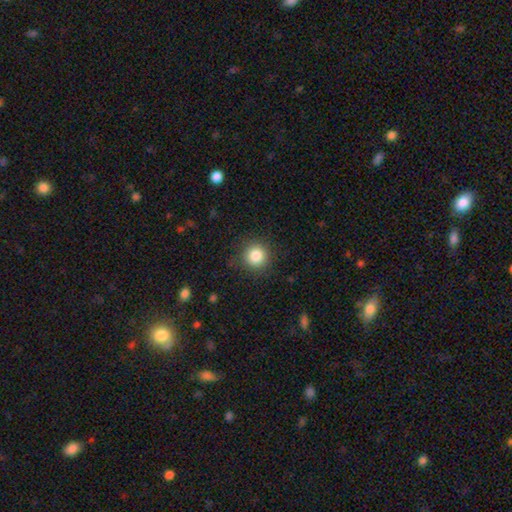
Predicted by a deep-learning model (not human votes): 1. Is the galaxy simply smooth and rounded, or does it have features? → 84% smooth, 11% star or artifact, 5% featured or disk.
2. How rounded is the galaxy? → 94% round, 5% in between, 1% cigar-shaped.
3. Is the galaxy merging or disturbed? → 89% none, 7% minor disturbance, 3% major disturbance, 1% merger.